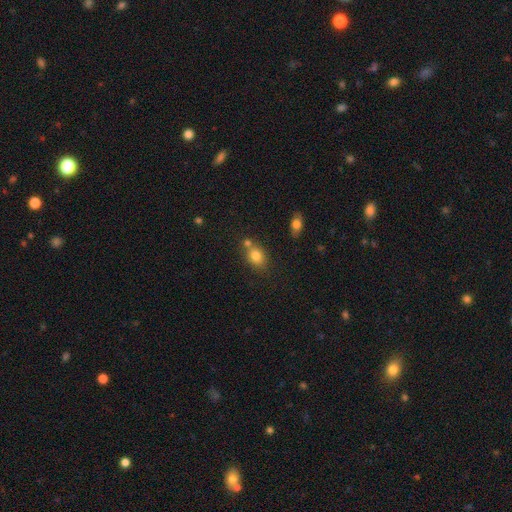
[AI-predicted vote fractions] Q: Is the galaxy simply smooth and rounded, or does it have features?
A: smooth — 81%.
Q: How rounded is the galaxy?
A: in between — 66%.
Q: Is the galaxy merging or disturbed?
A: none — 58%.